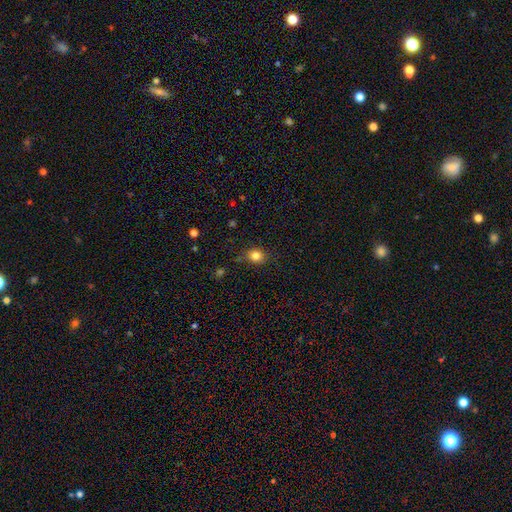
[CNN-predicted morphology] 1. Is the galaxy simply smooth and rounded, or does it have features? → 83% smooth, 11% star or artifact, 6% featured or disk.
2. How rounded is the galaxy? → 63% round, 36% in between, 1% cigar-shaped.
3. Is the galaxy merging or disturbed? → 80% none, 14% minor disturbance, 3% major disturbance, 2% merger.